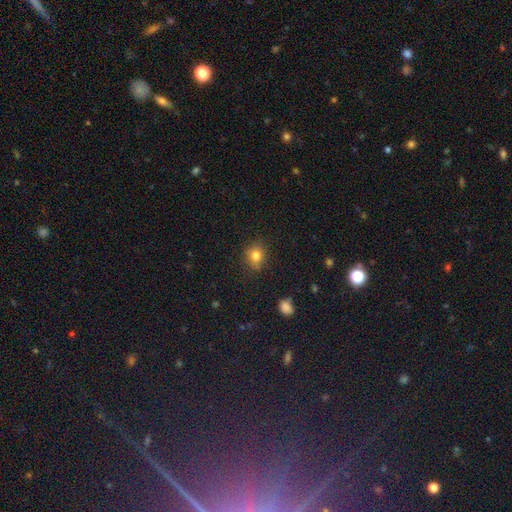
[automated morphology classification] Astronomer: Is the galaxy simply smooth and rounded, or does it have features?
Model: smooth — 80%.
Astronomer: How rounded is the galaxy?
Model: round — 67%.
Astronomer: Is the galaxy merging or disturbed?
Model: none — 78%.